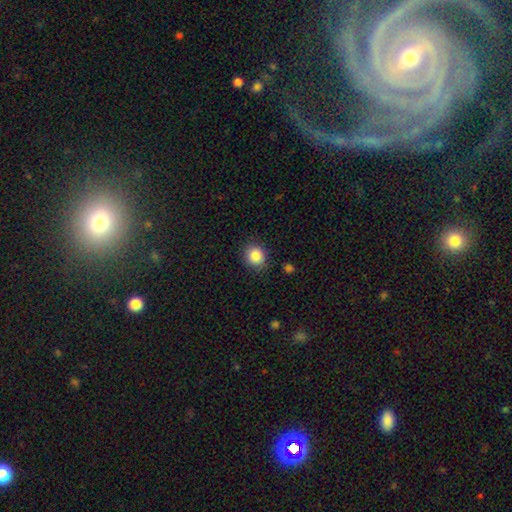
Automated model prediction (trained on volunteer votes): Smooth or featured? smooth (86%)
How rounded? round (74%)
Merging? none (86%)